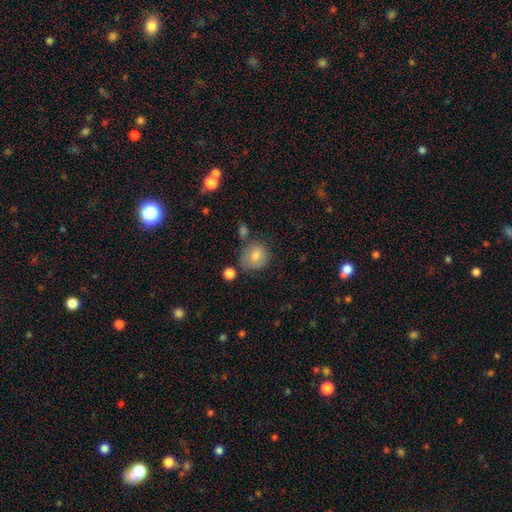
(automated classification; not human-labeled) Morphology: type=smooth (80%); roundness=round (79%); merging=none (67%).